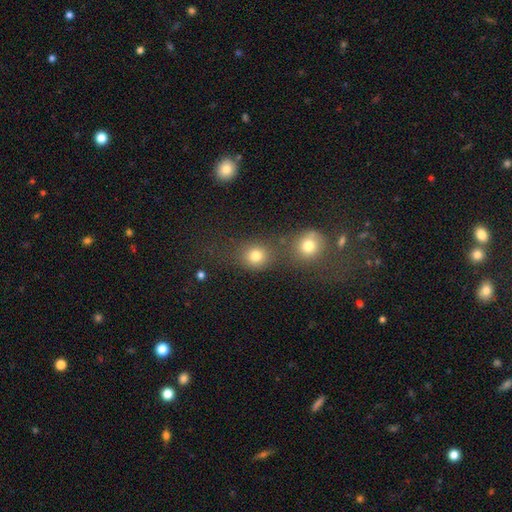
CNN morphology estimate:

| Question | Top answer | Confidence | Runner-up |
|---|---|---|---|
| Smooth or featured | smooth | 79% | star or artifact (14%) |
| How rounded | round | 83% | in between (16%) |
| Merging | none | 61% | merger (25%) |